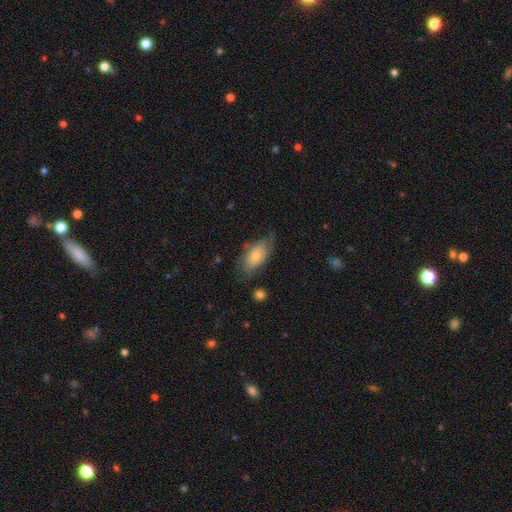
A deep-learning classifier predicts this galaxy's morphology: smooth 65%, featured or disk 29%, star or artifact 6%. Down the decision tree: how rounded — in between (90%); merging — none (50%).